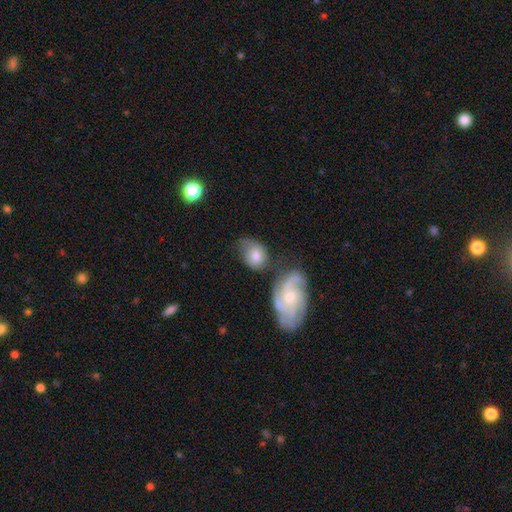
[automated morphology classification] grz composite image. It shows a smooth galaxy with no disk features (52%) that is in between round and cigar-shaped (56%). Merging: none (39%).